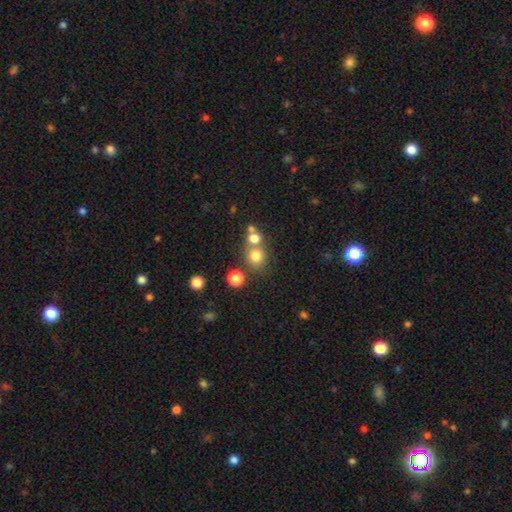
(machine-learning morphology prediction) This appears to be a smooth galaxy with no disk features (75%) that is round (85%). Merging: none (60%).